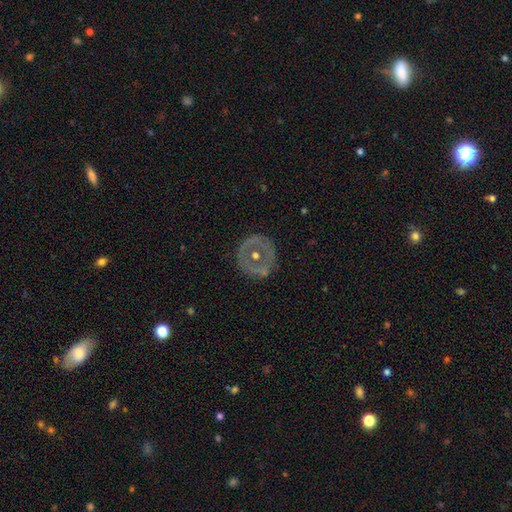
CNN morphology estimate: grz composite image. It shows a featured or disk galaxy (59%) with no bar (83%), no spiral arms (90%) and a moderate central bulge (63%). Merging: none (79%).